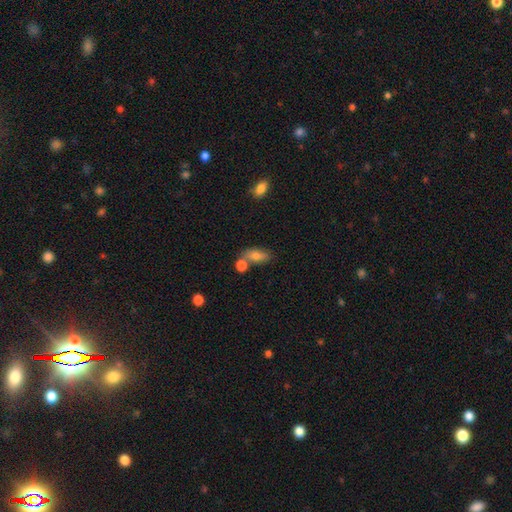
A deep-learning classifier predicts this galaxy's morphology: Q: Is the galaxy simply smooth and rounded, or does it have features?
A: smooth — 79%.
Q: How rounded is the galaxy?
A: in between — 84%.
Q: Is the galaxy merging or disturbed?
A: none — 55%.